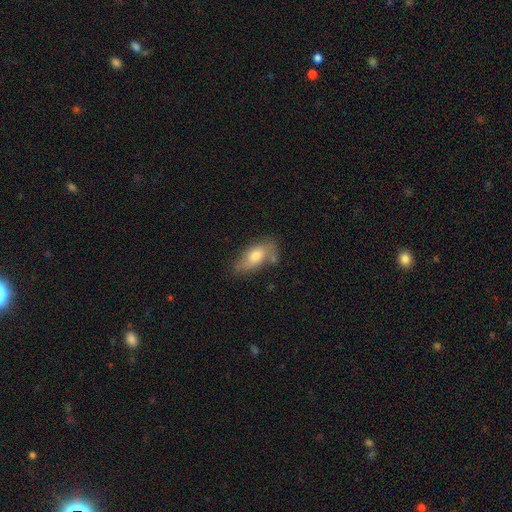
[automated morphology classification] smooth_or_featured: smooth (p=0.64) [alt: featured or disk p=0.28]
how_rounded: in between (p=0.86) [alt: cigar-shaped p=0.10]
merging: none (p=0.57) [alt: minor disturbance p=0.26]